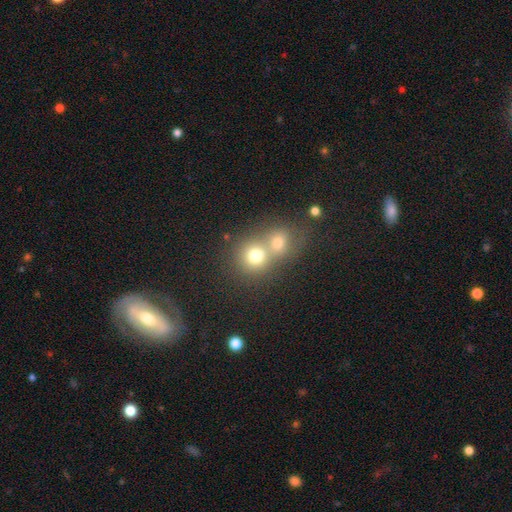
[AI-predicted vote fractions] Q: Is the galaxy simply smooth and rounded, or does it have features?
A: smooth — 72%.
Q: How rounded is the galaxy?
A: round — 82%.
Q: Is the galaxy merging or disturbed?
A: merger — 57%.